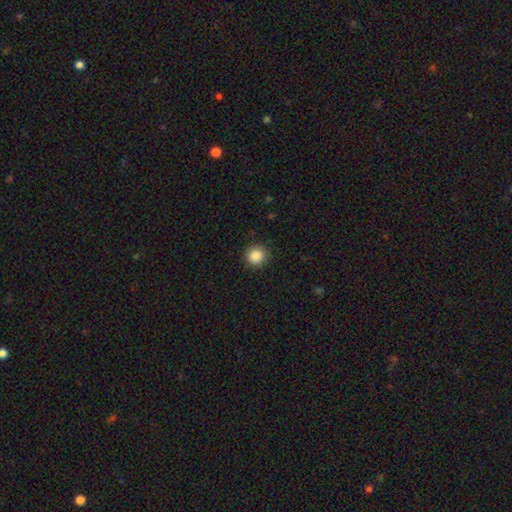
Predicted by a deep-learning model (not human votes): Overall: smooth (87%). How rounded: round (93%). Merging: none (90%).